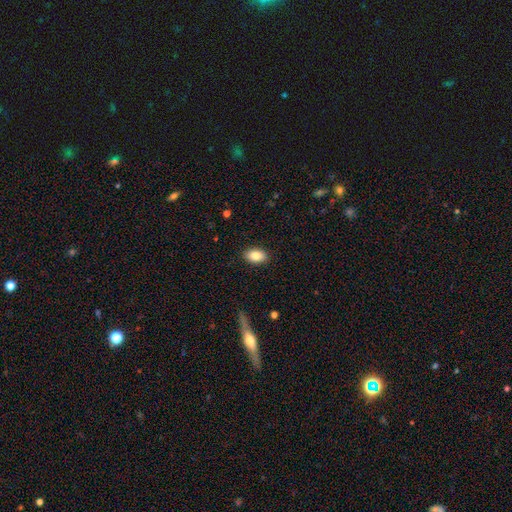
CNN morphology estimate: The model was most divided on "smooth or featured": smooth: 84%, featured or disk: 9%, star or artifact: 7%. More confident: how rounded — in between (90%); merging — none (89%).